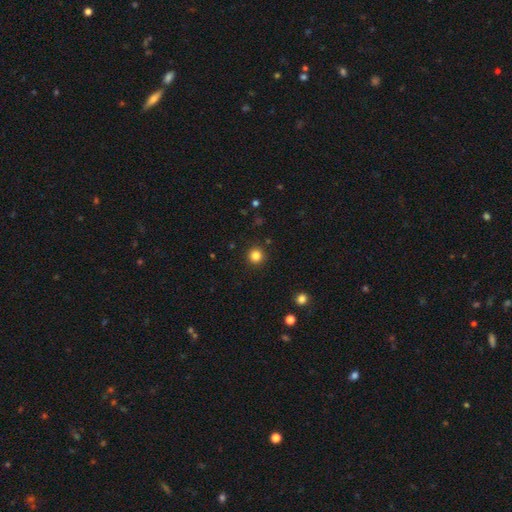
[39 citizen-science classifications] Q: Smooth or featured?
A: smooth (92%); runner-up: star or artifact (8%)
Q: How rounded?
A: round (94%); runner-up: in between (6%)
Q: Merging?
A: none (97%); runner-up: merger (3%)